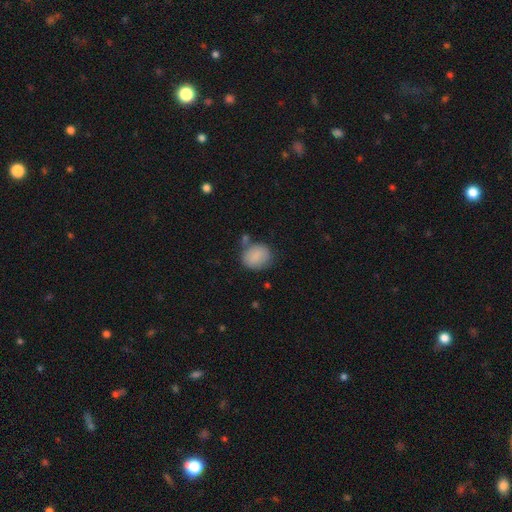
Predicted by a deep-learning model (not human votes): This is clearly a smooth galaxy (86%). How rounded: likely round (64%). Merging: likely none (66%).